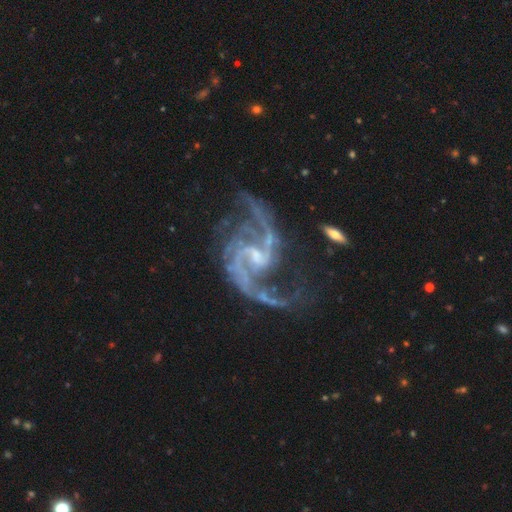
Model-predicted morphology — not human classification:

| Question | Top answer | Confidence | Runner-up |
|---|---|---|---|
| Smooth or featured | featured or disk | 92% | star or artifact (6%) |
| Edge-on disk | no | 98% | yes (2%) |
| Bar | weak | 54% | no (27%) |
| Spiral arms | yes | 98% | no (2%) |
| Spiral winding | loose | 45% | medium (44%) |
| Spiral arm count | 2 | 69% | 3 (10%) |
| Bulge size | small | 59% | moderate (21%) |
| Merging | none | 51% | major disturbance (26%) |